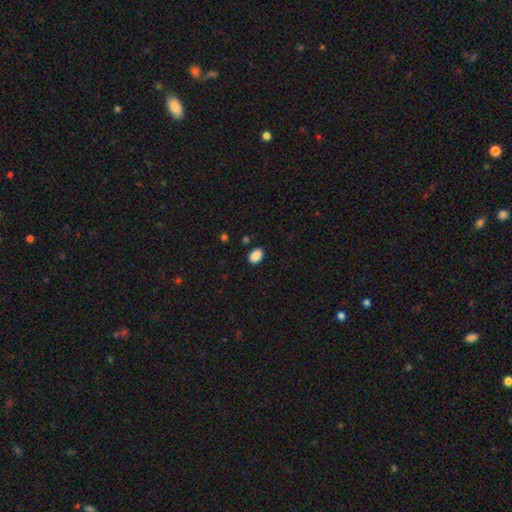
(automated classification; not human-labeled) smooth 89%, star or artifact 8%, featured or disk 3%. Down the decision tree: how rounded — in between (80%); merging — none (86%).